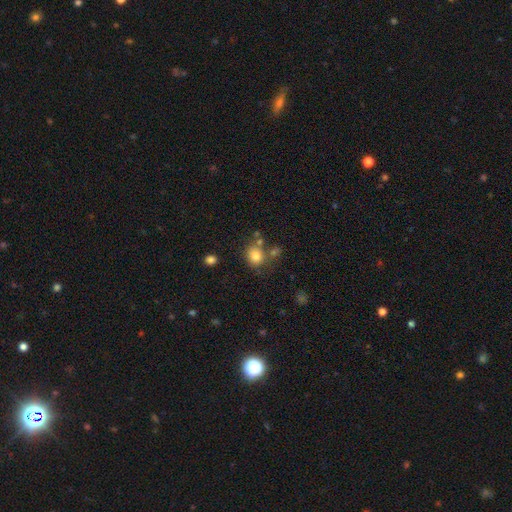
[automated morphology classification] Smooth or featured: smooth — 81% (star or artifact — 11%)
How rounded: round — 75% (in between — 24%)
Merging: none — 64% (merger — 15%)